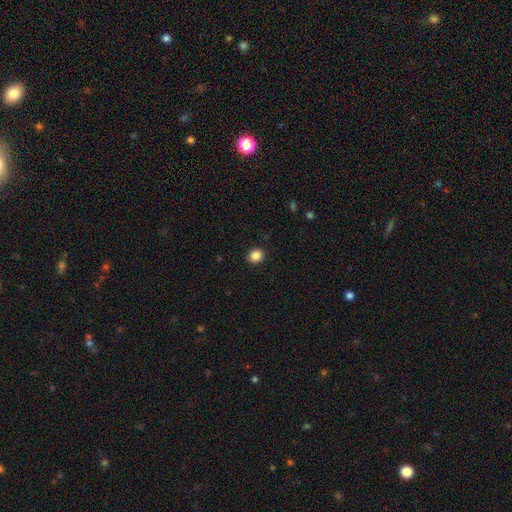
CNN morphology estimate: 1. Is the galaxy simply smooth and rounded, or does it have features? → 87% smooth, 10% star or artifact, 3% featured or disk.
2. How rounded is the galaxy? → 75% round, 24% in between, 1% cigar-shaped.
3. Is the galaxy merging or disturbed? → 92% none, 6% minor disturbance, 2% major disturbance, 1% merger.